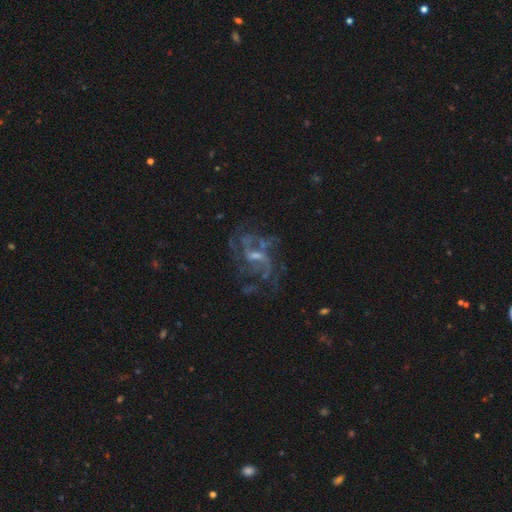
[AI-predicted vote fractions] A featured or disk galaxy (81%) with a weak bar (51%), medium (44%) spiral arms (88%) and a small central bulge (49%). Merging: none (58%).